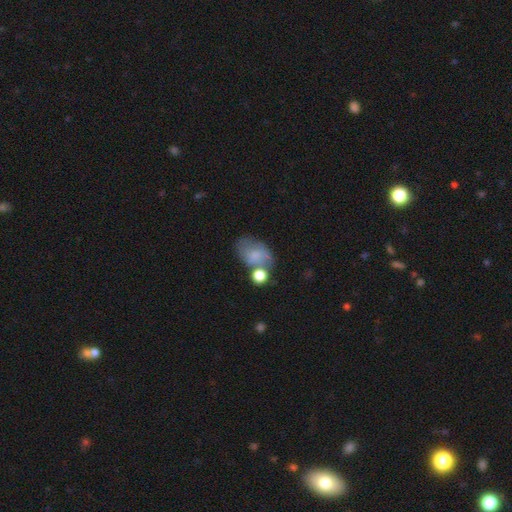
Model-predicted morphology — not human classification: Smooth or featured? smooth (63%)
How rounded? in between (78%)
Merging? none (40%)